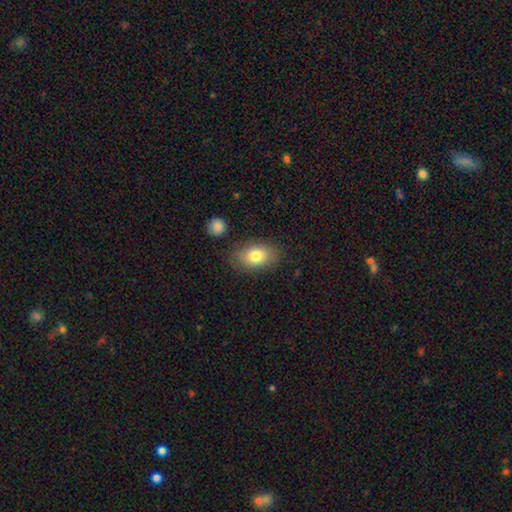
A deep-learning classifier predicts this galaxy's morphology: A smooth galaxy with no disk features (79%) that is in between round and cigar-shaped (85%). Merging: none (79%).